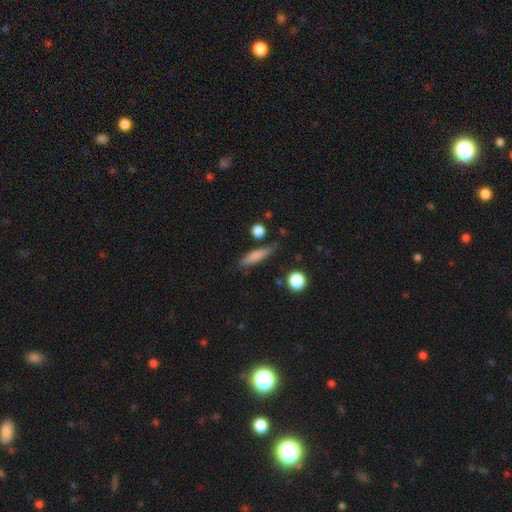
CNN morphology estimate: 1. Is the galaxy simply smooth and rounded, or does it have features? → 74% smooth, 19% featured or disk, 8% star or artifact.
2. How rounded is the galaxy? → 76% cigar-shaped, 20% in between, 4% round.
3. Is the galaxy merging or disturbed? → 75% none, 17% minor disturbance, 4% major disturbance, 4% merger.